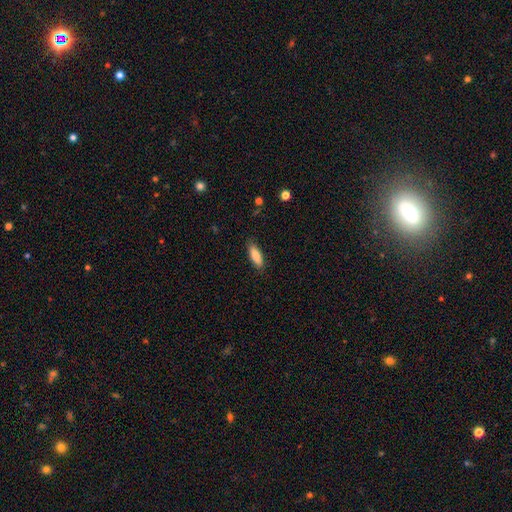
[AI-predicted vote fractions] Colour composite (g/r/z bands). It shows a smooth galaxy with no disk features (85%) that is in between round and cigar-shaped (64%). Merging: none (84%).